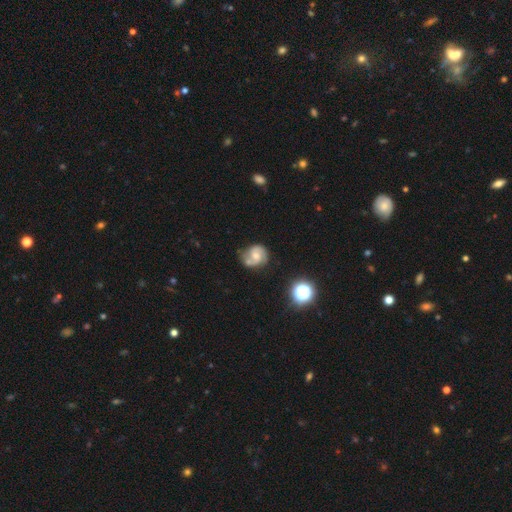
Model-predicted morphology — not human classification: smooth_or_featured: featured or disk (p=0.67) [alt: smooth p=0.24]
disk_edge_on: no (p=0.98) [alt: yes p=0.02]
bar: no (p=0.57) [alt: weak p=0.37]
has_spiral_arms: yes (p=0.90) [alt: no p=0.10]
spiral_winding: medium (p=0.49) [alt: tight p=0.31]
spiral_arm_count: 2 (p=0.79) [alt: can't tell p=0.10]
bulge_size: moderate (p=0.53) [alt: small p=0.37]
merging: none (p=0.57) [alt: minor disturbance p=0.22]